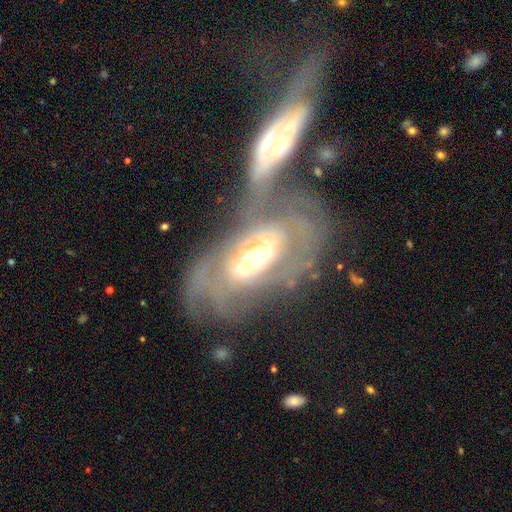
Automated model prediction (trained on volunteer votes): A featured or disk galaxy (81%) with no bar (53%), tight (54%) spiral arms (79%) and a moderate central bulge (59%). Merging: merger (51%).